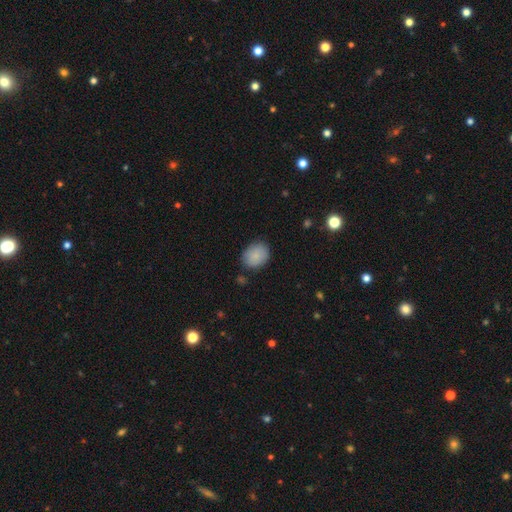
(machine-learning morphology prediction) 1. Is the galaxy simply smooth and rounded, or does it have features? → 87% smooth, 7% star or artifact, 6% featured or disk.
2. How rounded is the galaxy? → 57% in between, 42% round, 1% cigar-shaped.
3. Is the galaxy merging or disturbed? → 81% none, 14% minor disturbance, 3% major disturbance, 2% merger.